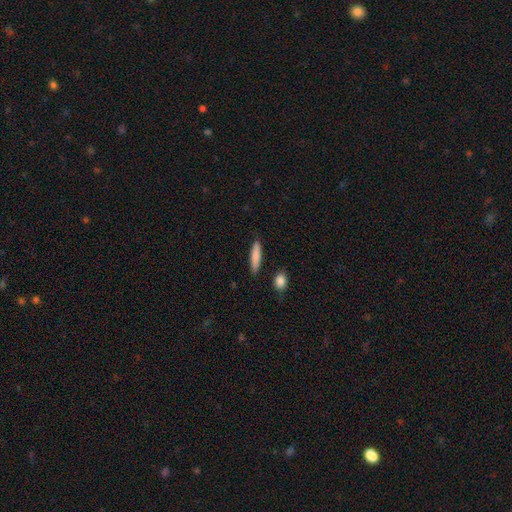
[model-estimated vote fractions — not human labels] smooth_or_featured: smooth (p=0.83) [alt: featured or disk p=0.11]
how_rounded: cigar-shaped (p=0.82) [alt: in between p=0.16]
merging: none (p=0.87) [alt: minor disturbance p=0.09]